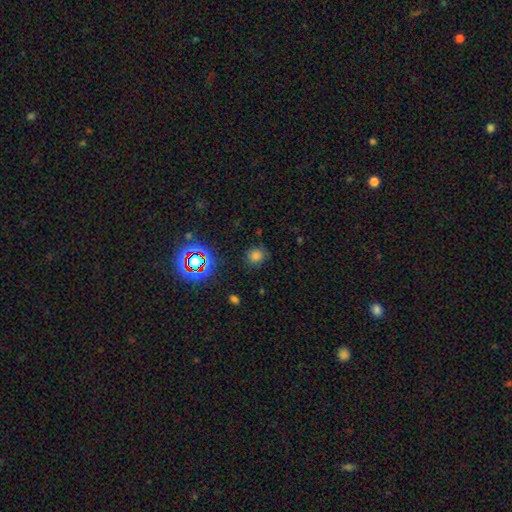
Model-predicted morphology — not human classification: Smooth or featured?
  - smooth: 70% *
  - star or artifact: 23%
  - featured or disk: 7%
How rounded?
  - round: 84% *
  - in between: 15%
  - cigar-shaped: 1%
Merging?
  - none: 80% *
  - minor disturbance: 14%
  - major disturbance: 4%
  - merger: 2%